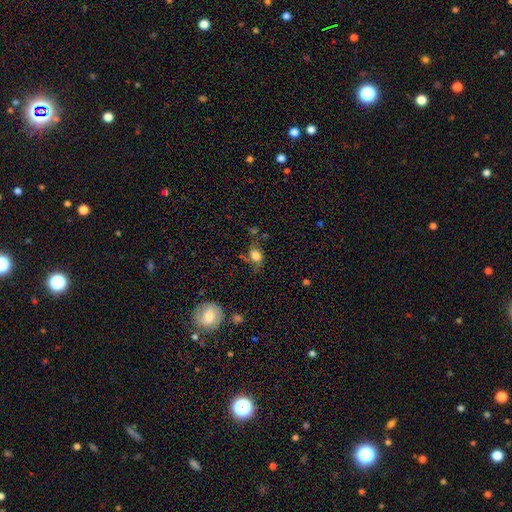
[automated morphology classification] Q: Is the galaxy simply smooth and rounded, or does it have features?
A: smooth — 76%.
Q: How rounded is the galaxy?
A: in between — 67%.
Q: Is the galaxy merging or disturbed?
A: none — 55%.